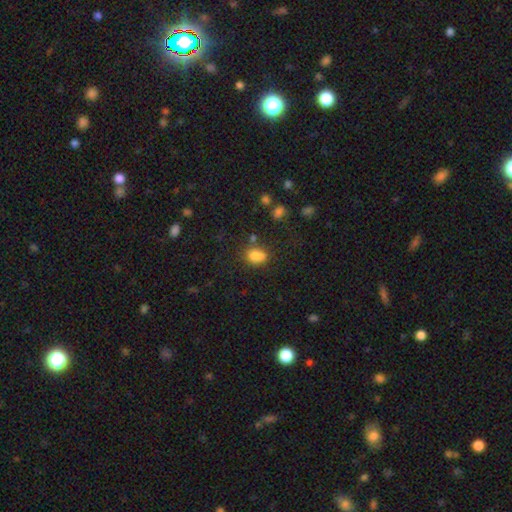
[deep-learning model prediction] The model was most divided on "how rounded": round: 55%, in between: 44%, cigar-shaped: 1%. Remaining: smooth or featured — smooth (77%); merging — none (47%).